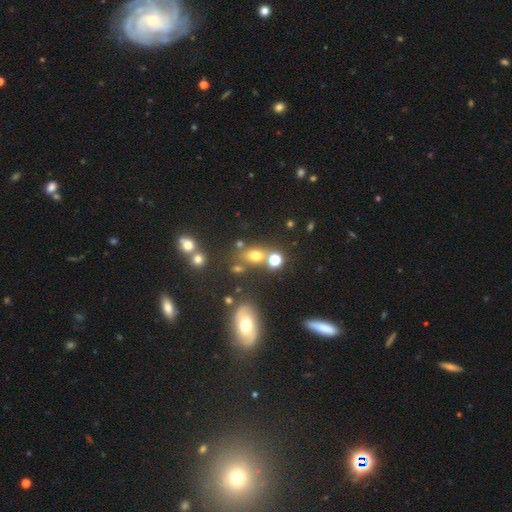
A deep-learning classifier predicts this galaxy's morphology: Smooth or featured? Predicted: smooth (p=0.64). How rounded? Predicted: in between (p=0.57). Merging? Predicted: none (p=0.59).